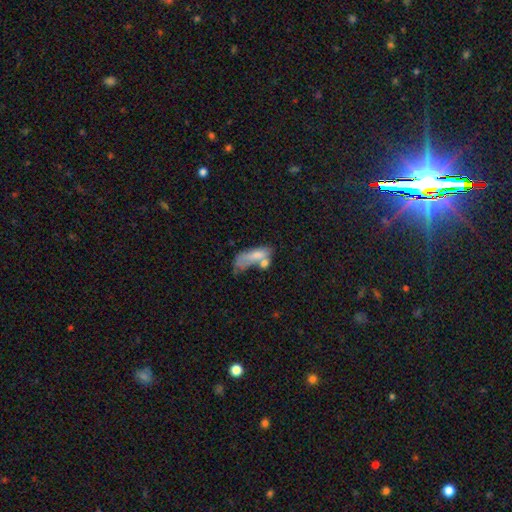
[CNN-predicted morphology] The model was most divided on "merging": merger: 38%, major disturbance: 24%, none: 21%, minor disturbance: 17%. More confident: smooth or featured — smooth (66%); how rounded — in between (65%).